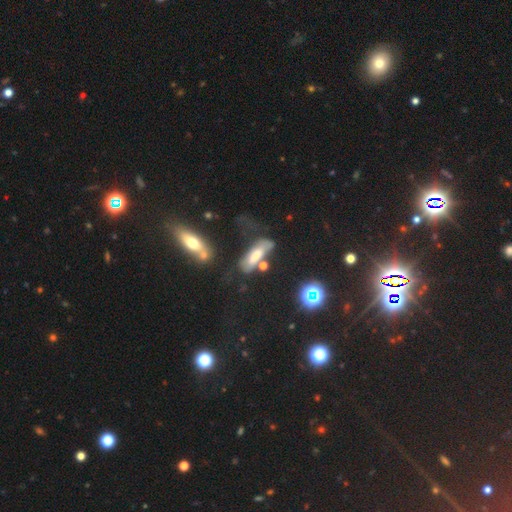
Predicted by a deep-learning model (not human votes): A smooth galaxy with no disk features (59%) that is in between round and cigar-shaped (53%). Merging: none (38%).